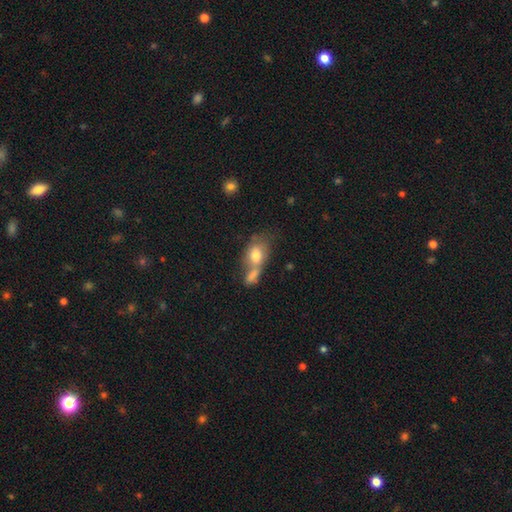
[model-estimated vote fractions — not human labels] Smooth or featured: smooth — 74% (featured or disk — 17%)
How rounded: in between — 74% (round — 23%)
Merging: merger — 58% (none — 23%)